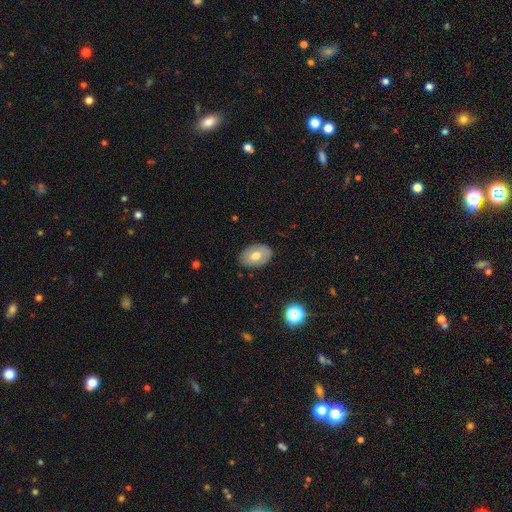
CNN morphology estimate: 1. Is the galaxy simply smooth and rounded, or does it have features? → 63% smooth, 29% featured or disk, 8% star or artifact.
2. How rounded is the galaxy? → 81% in between, 18% round, 1% cigar-shaped.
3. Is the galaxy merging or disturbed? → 84% none, 12% minor disturbance, 3% major disturbance, 1% merger.